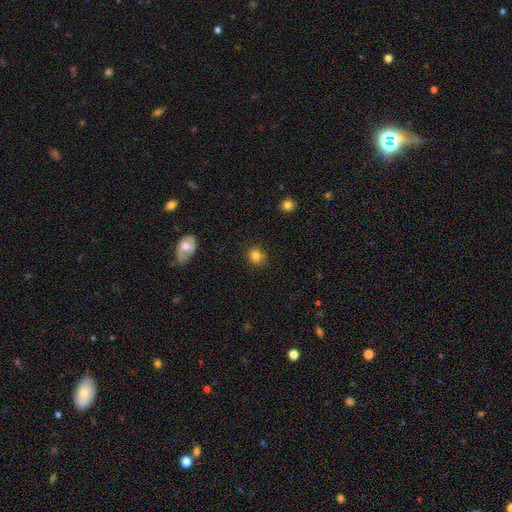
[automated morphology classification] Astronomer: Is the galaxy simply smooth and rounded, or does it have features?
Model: smooth — 83%.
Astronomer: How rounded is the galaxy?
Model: round — 76%.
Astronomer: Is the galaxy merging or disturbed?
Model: none — 80%.